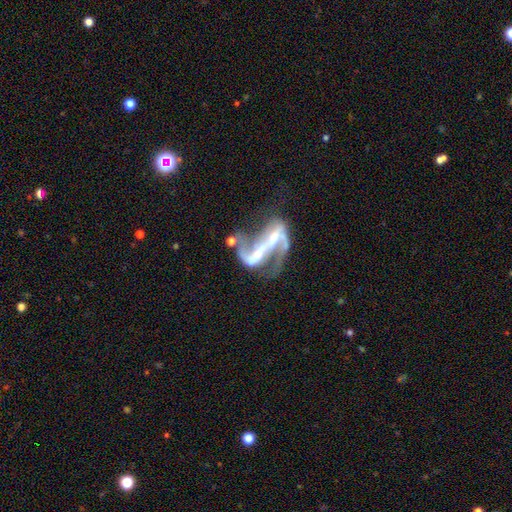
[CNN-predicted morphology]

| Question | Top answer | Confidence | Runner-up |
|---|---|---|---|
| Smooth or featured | featured or disk | 81% | smooth (10%) |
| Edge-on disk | no | 96% | yes (4%) |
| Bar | strong | 40% | no (30%) |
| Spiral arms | yes | 77% | no (23%) |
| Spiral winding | loose | 68% | medium (25%) |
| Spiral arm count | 2 | 68% | 1 (13%) |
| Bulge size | small | 34% | none (31%) |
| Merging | merger | 35% | tied: major disturbance (35%) |